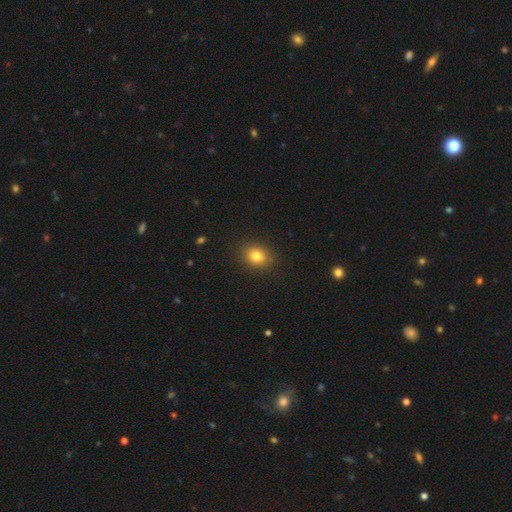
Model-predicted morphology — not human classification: smooth_or_featured: smooth (p=0.82) [alt: star or artifact p=0.12]
how_rounded: round (p=0.60) [alt: in between p=0.39]
merging: none (p=0.87) [alt: minor disturbance p=0.09]